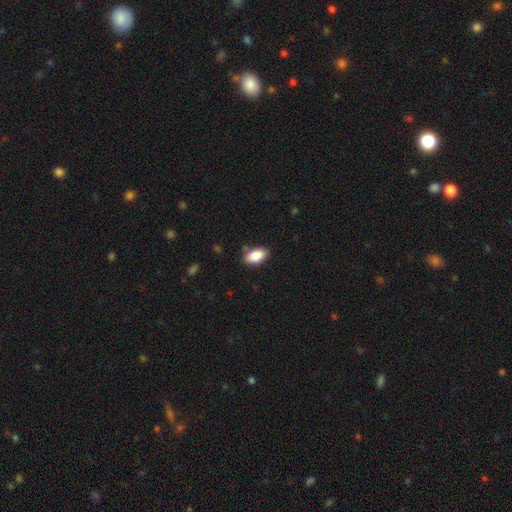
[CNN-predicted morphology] Q: Smooth or featured?
A: smooth (88%); runner-up: star or artifact (7%)
Q: How rounded?
A: in between (92%); runner-up: round (4%)
Q: Merging?
A: none (78%); runner-up: minor disturbance (16%)